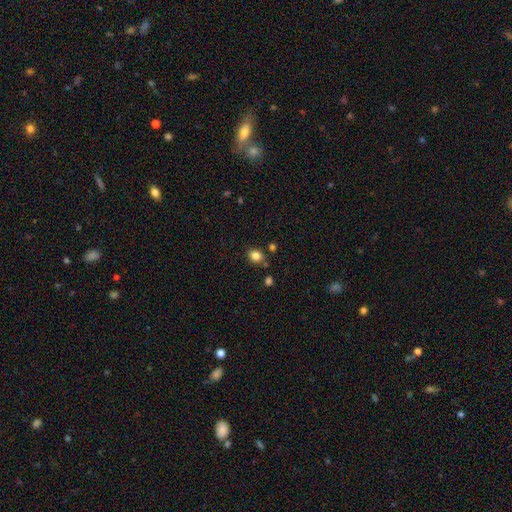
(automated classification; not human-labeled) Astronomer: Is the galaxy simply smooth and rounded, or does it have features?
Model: smooth — 83%.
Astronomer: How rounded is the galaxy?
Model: round — 51% (runner-up: in between, 48%).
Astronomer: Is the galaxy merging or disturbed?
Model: none — 78%.